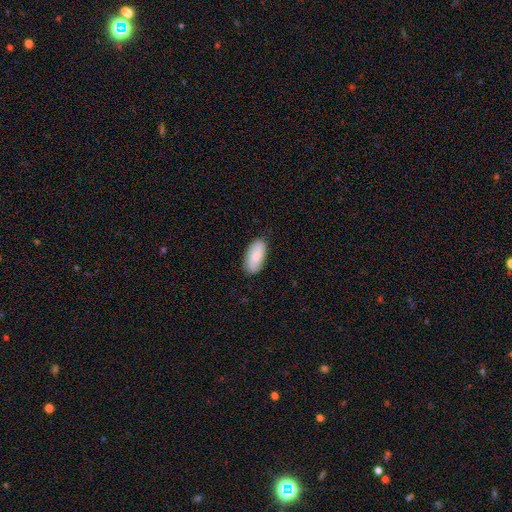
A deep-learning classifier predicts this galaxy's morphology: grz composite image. It shows a smooth galaxy with no disk features (72%) that is in between round and cigar-shaped (91%). Merging: none (83%).